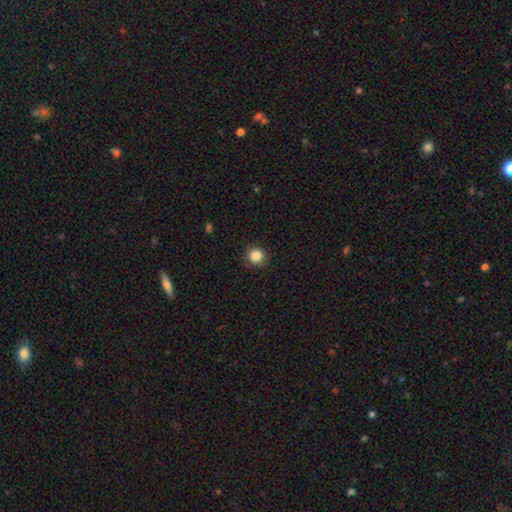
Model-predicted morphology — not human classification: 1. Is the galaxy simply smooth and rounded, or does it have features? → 86% smooth, 11% star or artifact, 3% featured or disk.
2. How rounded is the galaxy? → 93% round, 6% in between, 1% cigar-shaped.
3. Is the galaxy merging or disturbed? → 88% none, 8% minor disturbance, 2% major disturbance, 1% merger.